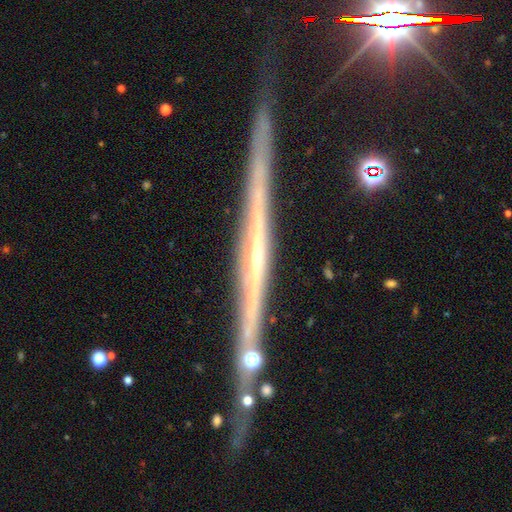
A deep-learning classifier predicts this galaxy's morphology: smooth-or-featured: featured or disk: 78% | star or artifact: 12% | smooth: 10%
  disk-edge-on: yes: 97% | no: 3%
    edge-on-bulge: none: 60% | rounded: 33% | boxy: 7%
  merging: none: 82% | minor disturbance: 12% | merger: 3% | major disturbance: 3%